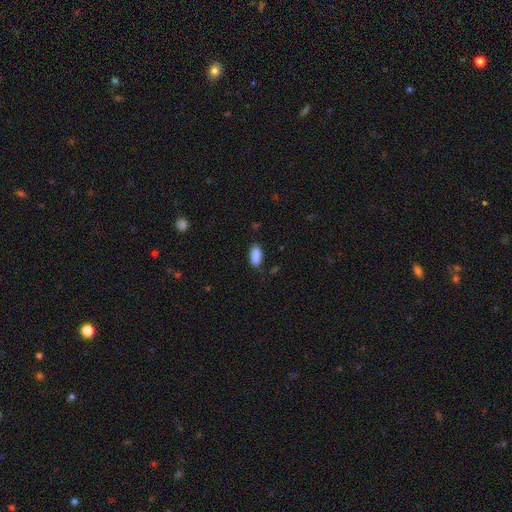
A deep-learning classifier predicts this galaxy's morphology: Q: Smooth or featured?
A: smooth (87%); runner-up: star or artifact (8%)
Q: How rounded?
A: in between (88%); runner-up: cigar-shaped (9%)
Q: Merging?
A: none (71%); runner-up: minor disturbance (19%)